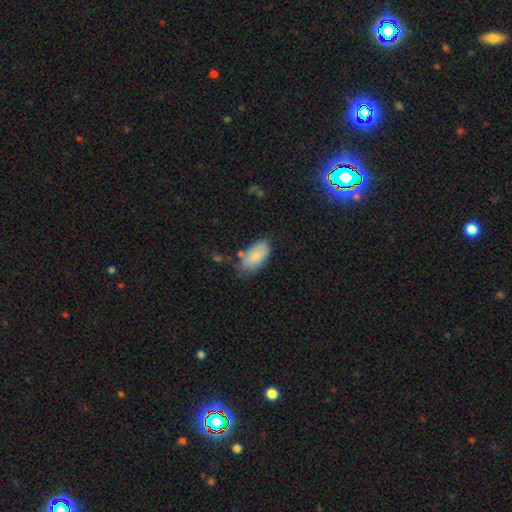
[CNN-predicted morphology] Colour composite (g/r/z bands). It shows a smooth galaxy with no disk features (79%) that is in between round and cigar-shaped (94%). Merging: none (61%).